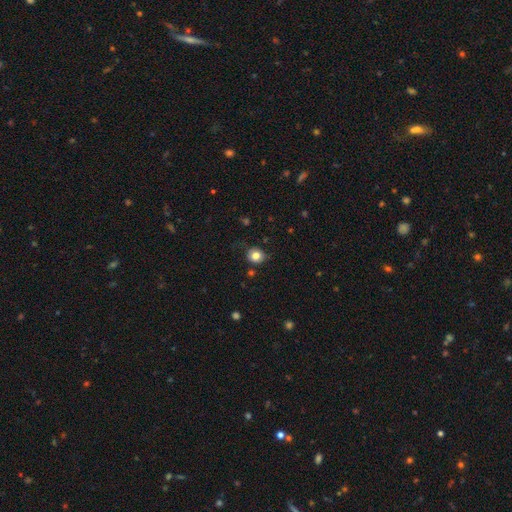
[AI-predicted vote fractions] A smooth galaxy with no disk features (80%) that is round (79%). Merging: none (76%).